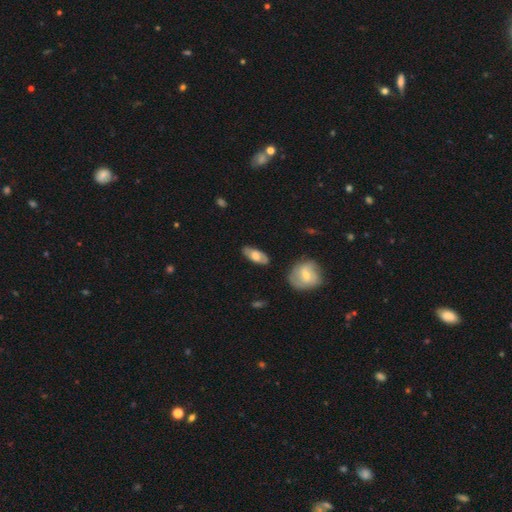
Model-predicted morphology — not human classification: Q: Smooth or featured?
A: smooth (61%); runner-up: featured or disk (34%)
Q: How rounded?
A: in between (80%); runner-up: cigar-shaped (16%)
Q: Merging?
A: none (80%); runner-up: minor disturbance (14%)